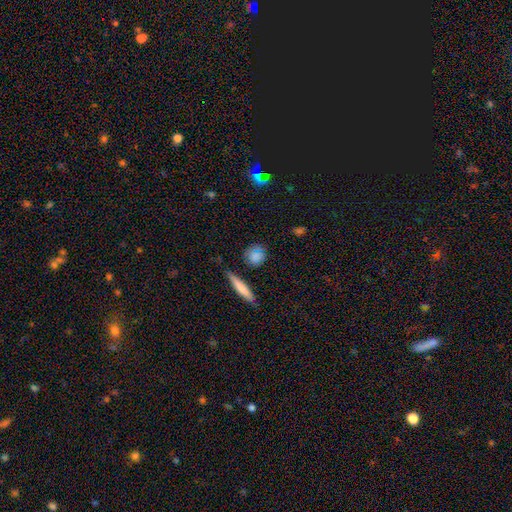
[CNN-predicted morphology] Q: Smooth or featured?
A: smooth (76%); runner-up: featured or disk (14%)
Q: How rounded?
A: round (71%); runner-up: in between (19%)
Q: Merging?
A: none (79%); runner-up: minor disturbance (13%)